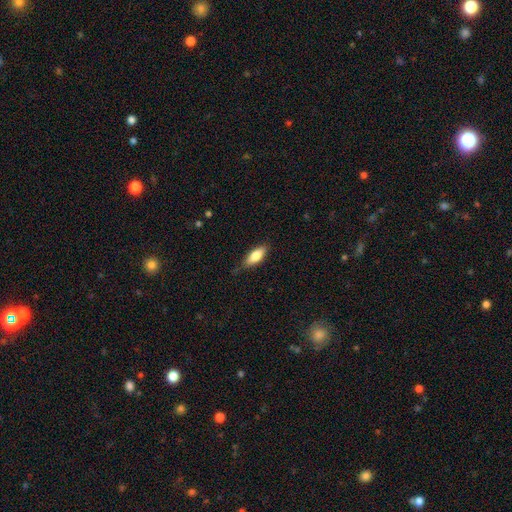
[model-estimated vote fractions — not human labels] This is likely a smooth galaxy (79%). How rounded: likely in between (72%). Merging: likely none (75%).